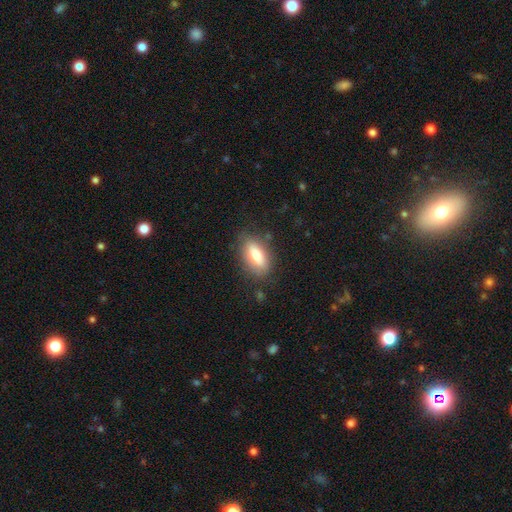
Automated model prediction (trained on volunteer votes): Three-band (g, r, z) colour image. It shows a smooth galaxy with no disk features (69%) that is in between round and cigar-shaped (79%). Merging: none (78%).